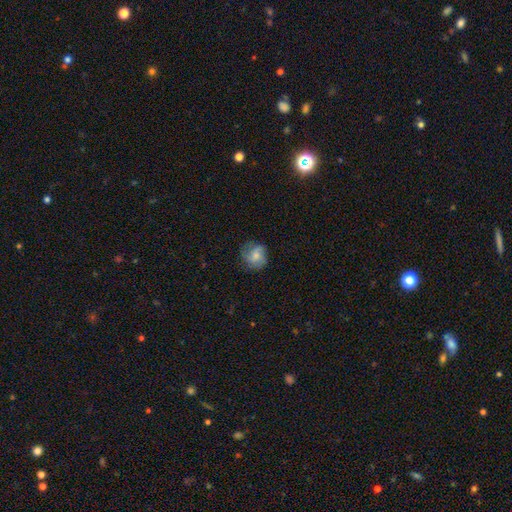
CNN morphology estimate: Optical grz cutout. It shows a smooth galaxy with no disk features (63%) that is round (77%). Merging: none (64%).